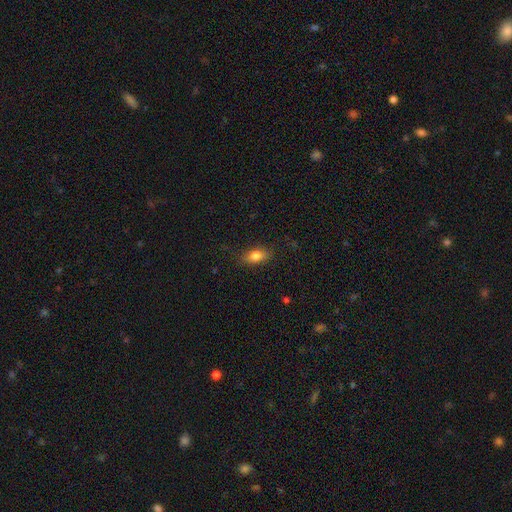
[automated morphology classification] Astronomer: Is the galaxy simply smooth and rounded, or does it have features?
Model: smooth — 78%.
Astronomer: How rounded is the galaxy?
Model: in between — 80%.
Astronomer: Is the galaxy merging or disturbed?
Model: none — 84%.